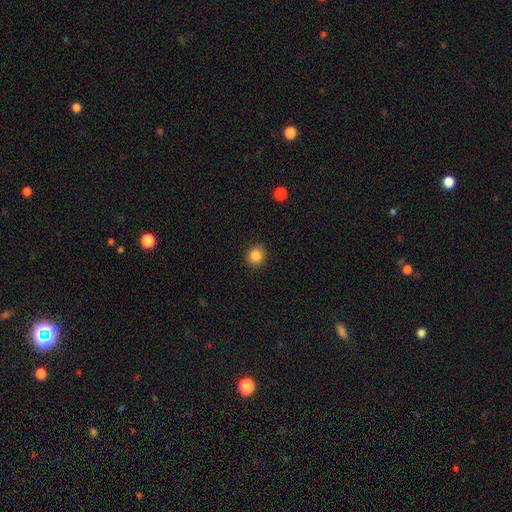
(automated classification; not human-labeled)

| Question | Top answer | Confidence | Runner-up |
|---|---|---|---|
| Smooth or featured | smooth | 86% | star or artifact (10%) |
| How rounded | round | 88% | in between (11%) |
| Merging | none | 92% | minor disturbance (5%) |